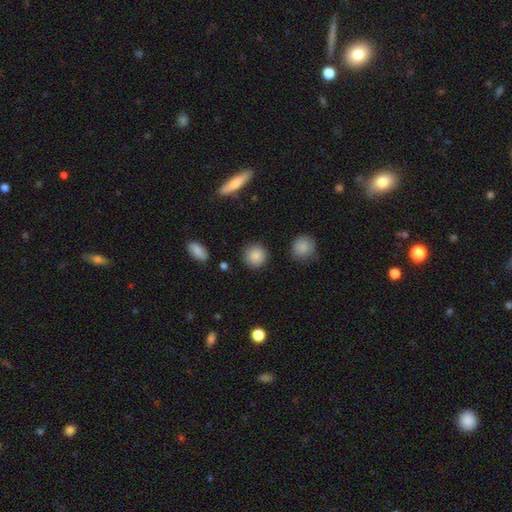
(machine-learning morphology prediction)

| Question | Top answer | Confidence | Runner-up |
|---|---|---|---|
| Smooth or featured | smooth | 87% | star or artifact (9%) |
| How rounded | round | 92% | in between (6%) |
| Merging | none | 88% | minor disturbance (8%) |